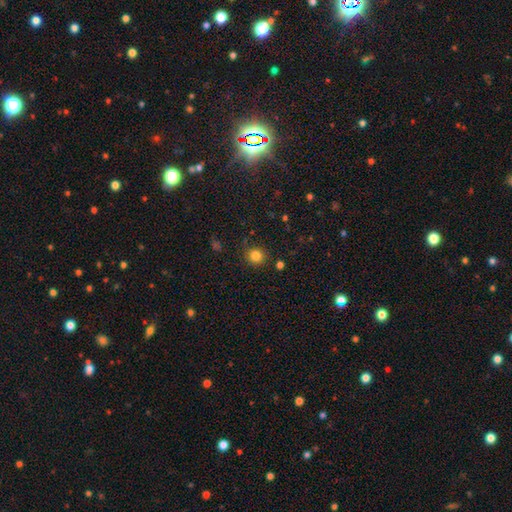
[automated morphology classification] Smooth or featured: smooth — 82% (star or artifact — 13%)
How rounded: round — 91% (in between — 8%)
Merging: none — 86% (minor disturbance — 9%)